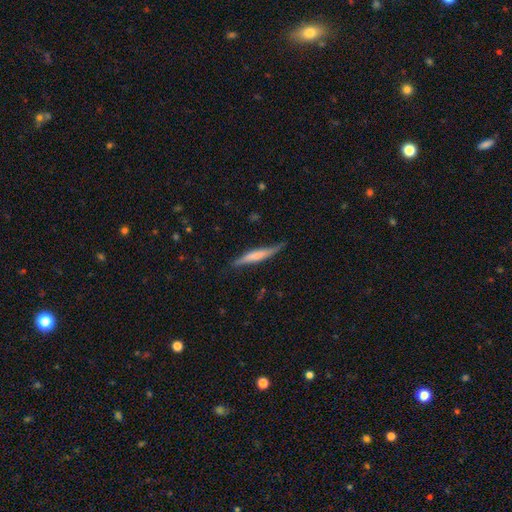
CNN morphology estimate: Smooth or featured: smooth — 54% (featured or disk — 40%)
How rounded: cigar-shaped — 92% (in between — 6%)
Merging: none — 76% (minor disturbance — 19%)